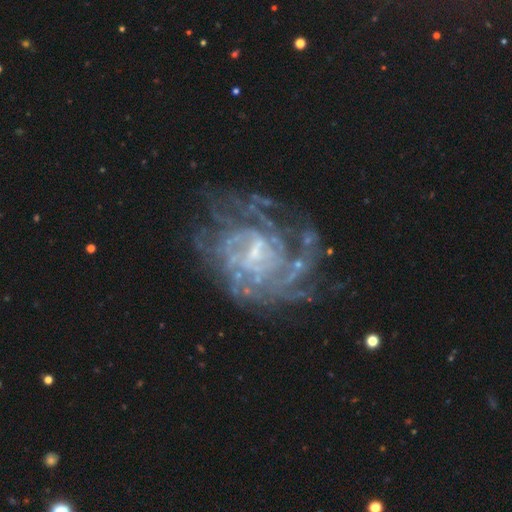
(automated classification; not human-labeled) A featured or disk galaxy (85%) with a weak bar (51%), tight (58%) spiral arms (87%) and a small central bulge (57%).

Vote fractions:
- Smooth or featured? featured or disk: 85% / star or artifact: 9% / smooth: 6%
- Edge-on disk? no: 98% / yes: 2%
- Bar? weak: 51% / no: 35% / strong: 14%
- Spiral arms? yes: 87% / no: 13%
- Spiral winding? tight: 58% / medium: 31% / loose: 11%
- Spiral arm count? can't tell: 49% / 4: 13% / 3: 12% / 2: 11% / more than 4: 9% / 1: 6%
- Bulge size? small: 57% / moderate: 20% / none: 20% / large: 2% / dominant: 1%
- Merging? none: 56% / major disturbance: 21% / minor disturbance: 20% / merger: 3%